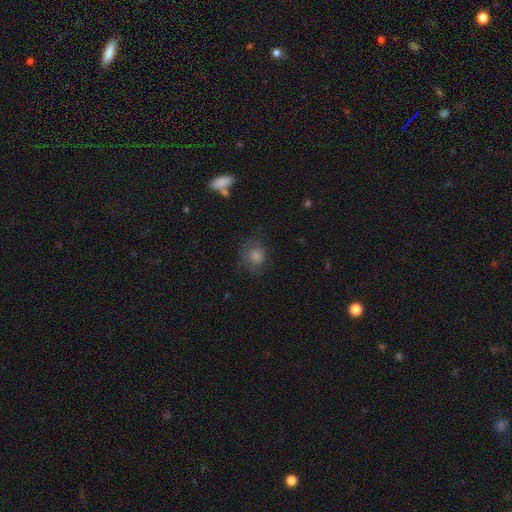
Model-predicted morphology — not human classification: Smooth or featured? Predicted: smooth (p=0.61). How rounded? Predicted: round (p=0.79). Merging? Predicted: none (p=0.67).